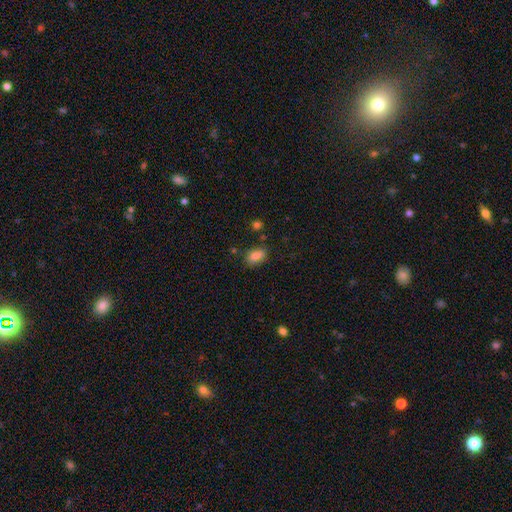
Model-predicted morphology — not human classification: Overall: smooth (85%). How rounded: in between (86%). Merging: none (76%).